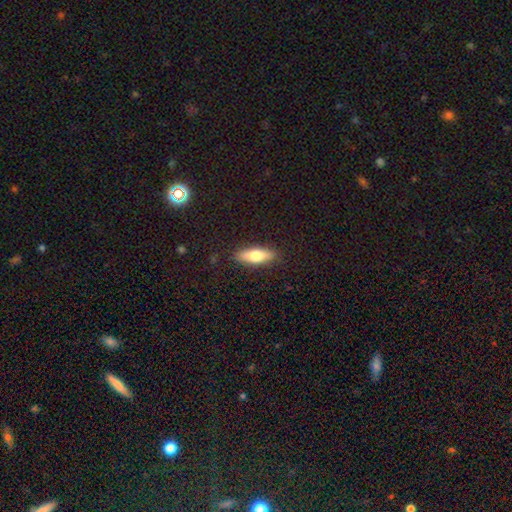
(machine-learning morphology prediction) smooth-or-featured: smooth: 65% | featured or disk: 28% | star or artifact: 6%
  how-rounded: cigar-shaped: 49% | in between: 48% | round: 3%
  merging: none: 88% | minor disturbance: 9% | major disturbance: 2% | merger: 1%